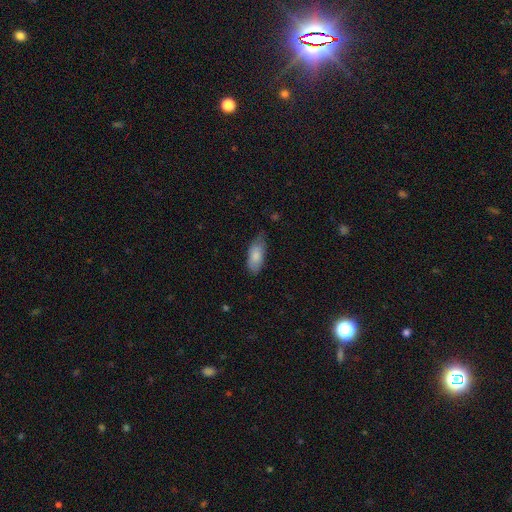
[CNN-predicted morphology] Q: Smooth or featured?
A: smooth (81%); runner-up: featured or disk (13%)
Q: How rounded?
A: in between (86%); runner-up: cigar-shaped (12%)
Q: Merging?
A: none (60%); runner-up: minor disturbance (32%)